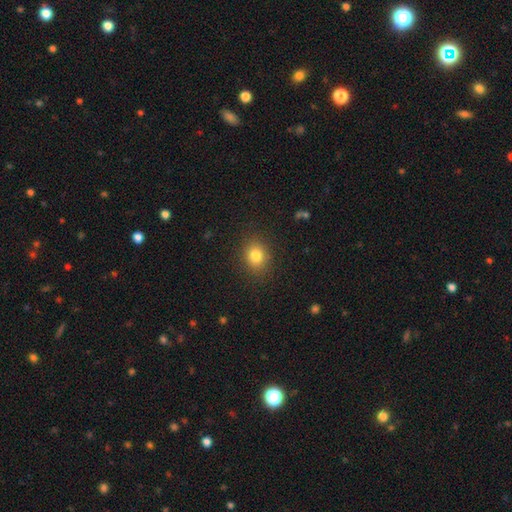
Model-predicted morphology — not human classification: A smooth galaxy with no disk features (82%) that is round (60%). Merging: none (88%).